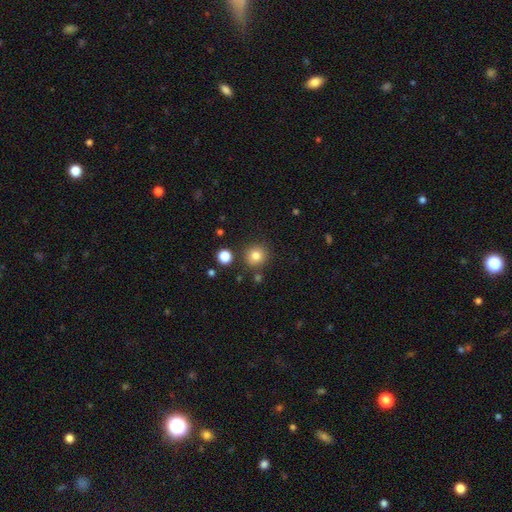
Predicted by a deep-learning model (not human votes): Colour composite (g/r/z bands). It shows a smooth galaxy with no disk features (81%) that is round (92%). Merging: none (86%).